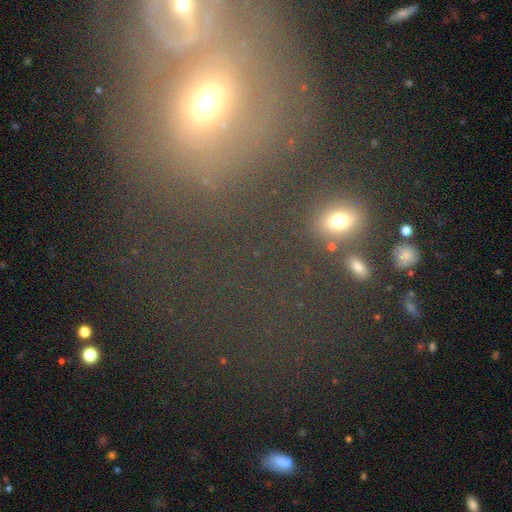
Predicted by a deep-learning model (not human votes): smooth-or-featured: smooth: 47% | star or artifact: 28% | featured or disk: 24%
  merging: none: 47% | merger: 28% | minor disturbance: 13% | major disturbance: 12%